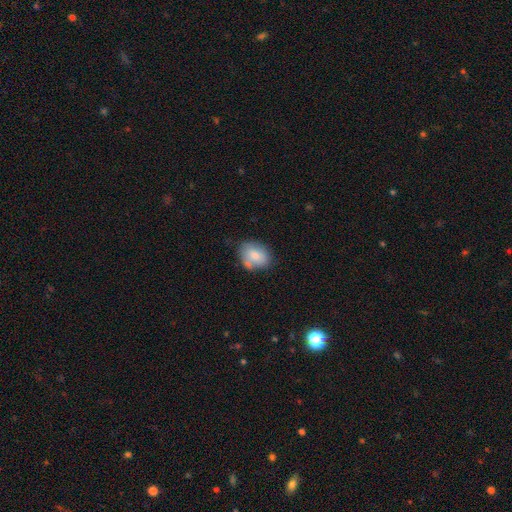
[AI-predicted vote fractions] A smooth galaxy with no disk features (77%) that is in between round and cigar-shaped (62%).

Vote fractions:
- Smooth or featured? smooth: 77% / featured or disk: 15% / star or artifact: 7%
- How rounded? in between: 62% / round: 37% / cigar-shaped: 1%
- Merging? none: 59% / minor disturbance: 24% / merger: 12% / major disturbance: 5%